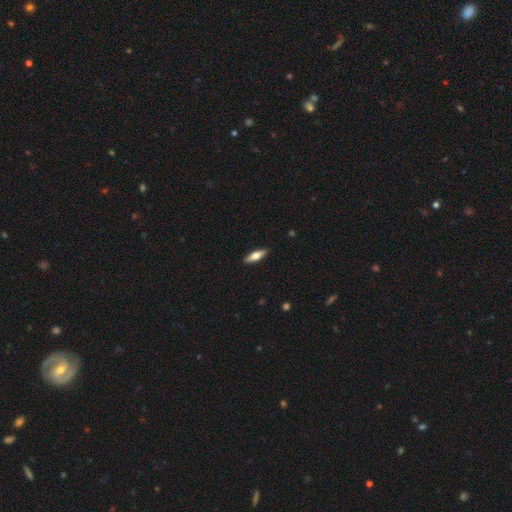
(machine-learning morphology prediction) This appears to be a smooth galaxy with no disk features (55%) that is cigar-shaped (55%). Merging: none (90%).